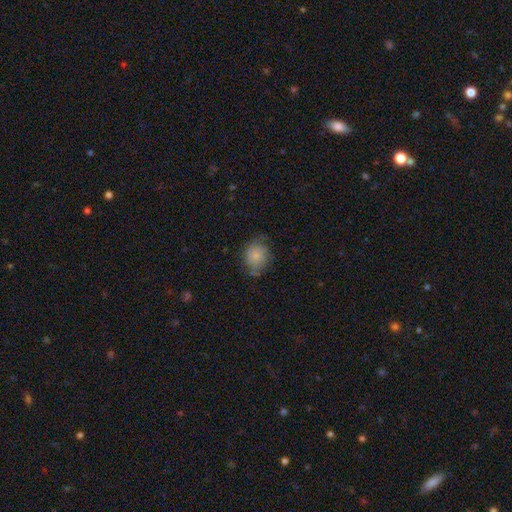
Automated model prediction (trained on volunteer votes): This appears to be a smooth galaxy with no disk features (67%) that is round (65%). Merging: none (60%).